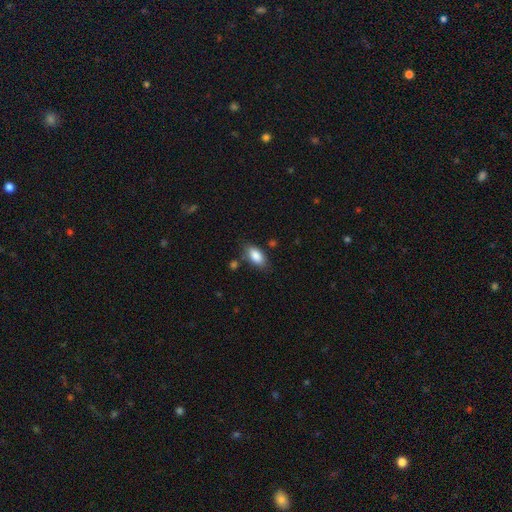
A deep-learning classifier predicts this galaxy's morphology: Q: Smooth or featured?
A: smooth (86%); runner-up: star or artifact (7%)
Q: How rounded?
A: in between (90%); runner-up: cigar-shaped (6%)
Q: Merging?
A: none (77%); runner-up: minor disturbance (15%)